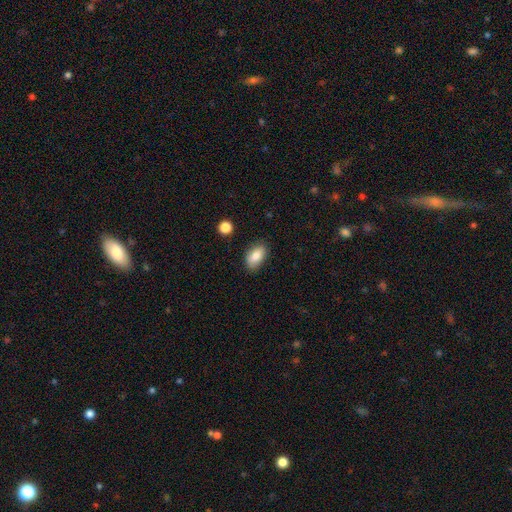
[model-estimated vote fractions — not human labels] A smooth galaxy with no disk features (83%) that is in between round and cigar-shaped (91%).

Vote fractions:
- Smooth or featured? smooth: 83% / featured or disk: 9% / star or artifact: 7%
- How rounded? in between: 91% / round: 6% / cigar-shaped: 3%
- Merging? none: 81% / minor disturbance: 15% / major disturbance: 3% / merger: 2%